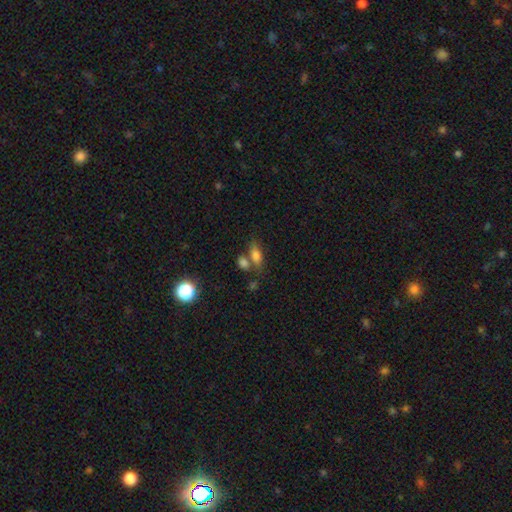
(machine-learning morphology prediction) The model was most divided on "merging": none: 50%, merger: 30%, minor disturbance: 14%, major disturbance: 6%. More confident: how rounded — in between (79%); smooth or featured — smooth (76%).